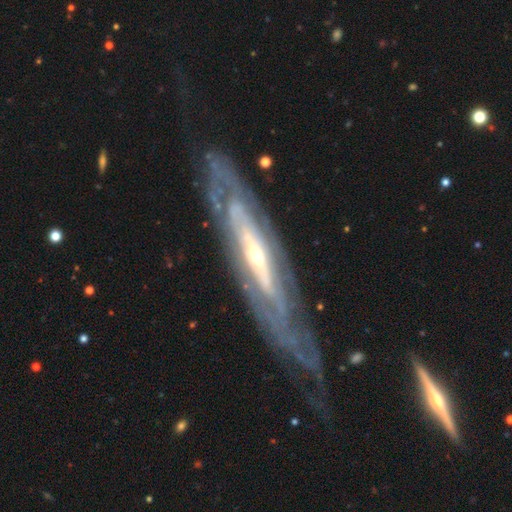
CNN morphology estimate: featured or disk 86%, smooth 9%, star or artifact 5%. Down the decision tree: edge-on disk — no (64%); bar — no (58%); spiral arms — yes (78%); bulge size — small (56%); merging — none (72%).